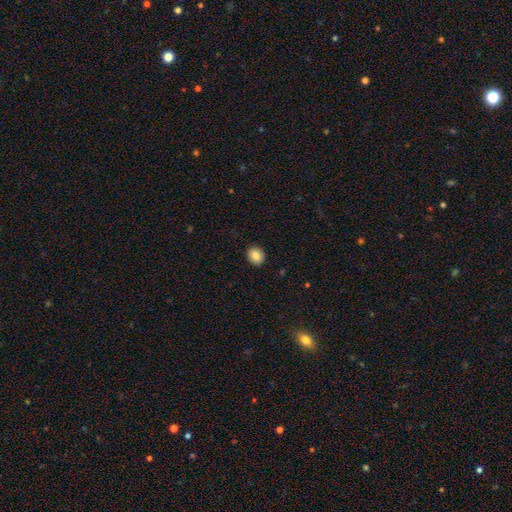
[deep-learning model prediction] A smooth galaxy with no disk features (86%) that is round (65%).

Vote fractions:
- Smooth or featured? smooth: 86% / star or artifact: 9% / featured or disk: 6%
- How rounded? round: 65% / in between: 34% / cigar-shaped: 1%
- Merging? none: 91% / minor disturbance: 6% / major disturbance: 2% / merger: 1%